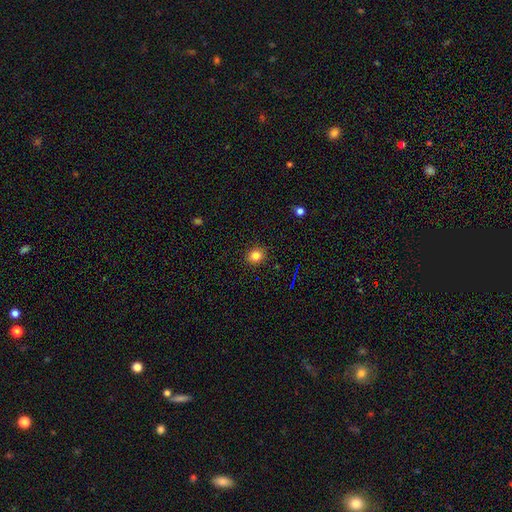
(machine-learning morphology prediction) Smooth or featured? smooth (82%)
How rounded? round (75%)
Merging? none (90%)